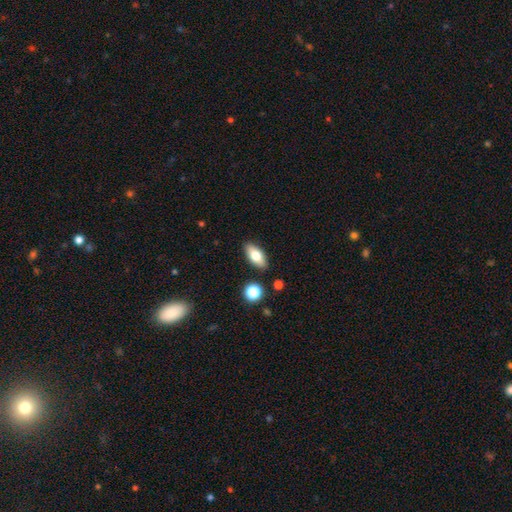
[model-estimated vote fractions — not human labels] A smooth galaxy with no disk features (75%) that is in between round and cigar-shaped (85%).

Vote fractions:
- Smooth or featured? smooth: 75% / featured or disk: 17% / star or artifact: 7%
- How rounded? in between: 85% / cigar-shaped: 11% / round: 4%
- Merging? none: 86% / minor disturbance: 9% / merger: 3% / major disturbance: 2%